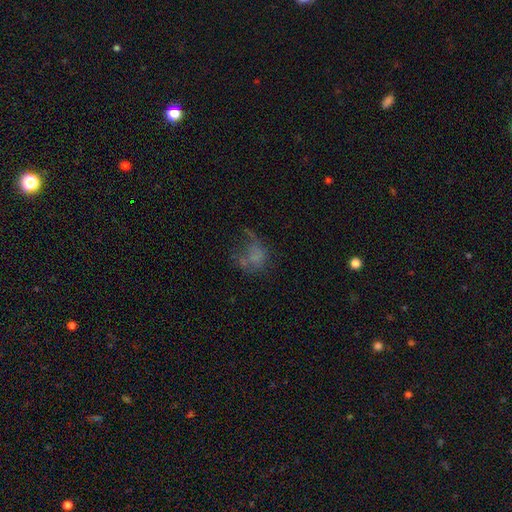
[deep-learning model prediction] Smooth or featured: smooth — 45% (featured or disk — 36%)
Merging: major disturbance — 42% (none — 32%)